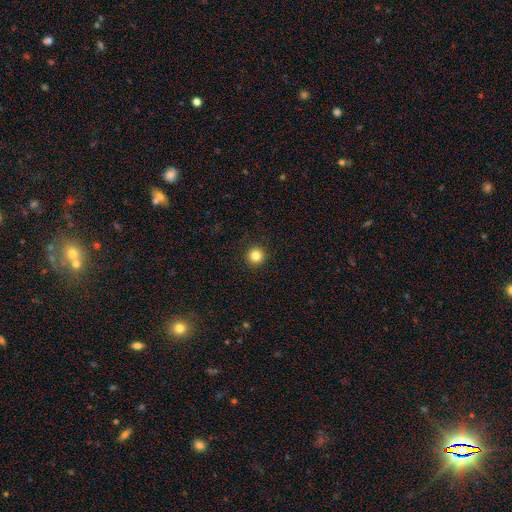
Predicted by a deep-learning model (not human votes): Smooth or featured: smooth — 83% (star or artifact — 12%)
How rounded: round — 96% (in between — 3%)
Merging: none — 93% (minor disturbance — 4%)